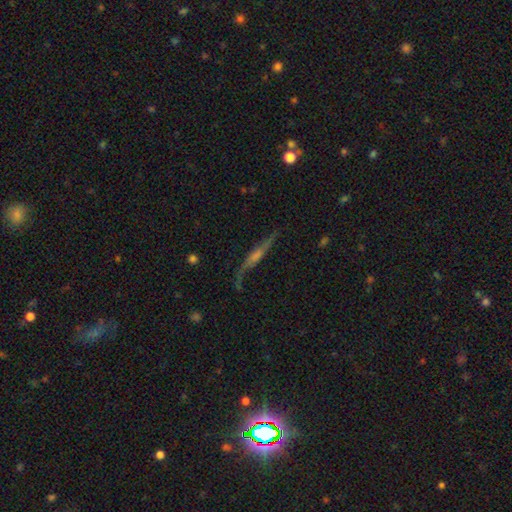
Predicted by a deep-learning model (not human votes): This is likely a featured or disk galaxy (71%). It is clearly viewed edge-on (80%). Edge-on bulge: possibly rounded (55%). Merging: likely none (66%).